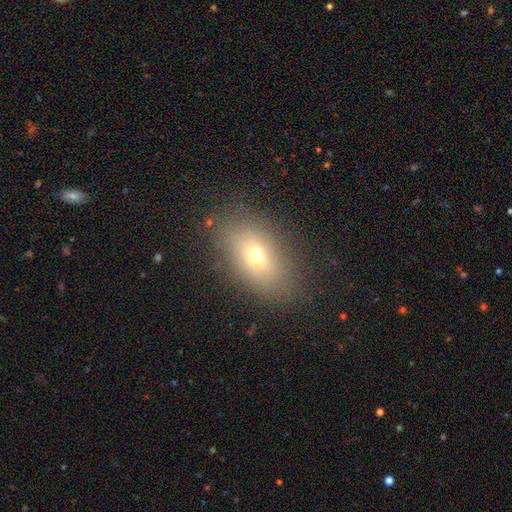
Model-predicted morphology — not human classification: smooth_or_featured: smooth (p=0.62) [alt: featured or disk p=0.23]
how_rounded: in between (p=0.82) [alt: round p=0.13]
merging: none (p=0.81) [alt: minor disturbance p=0.12]